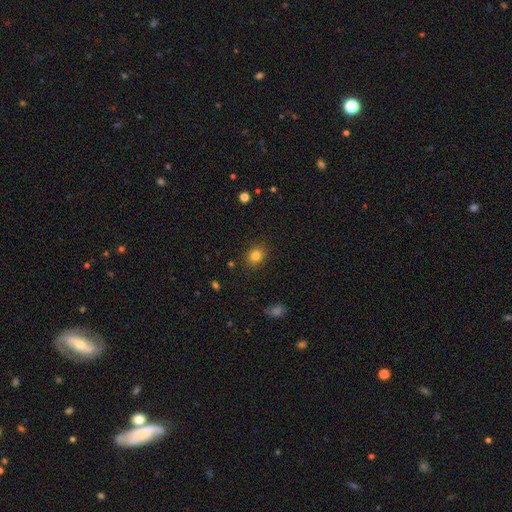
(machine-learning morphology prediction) Q: Smooth or featured?
A: smooth (82%); runner-up: star or artifact (11%)
Q: How rounded?
A: round (53%); runner-up: in between (46%)
Q: Merging?
A: none (87%); runner-up: minor disturbance (9%)